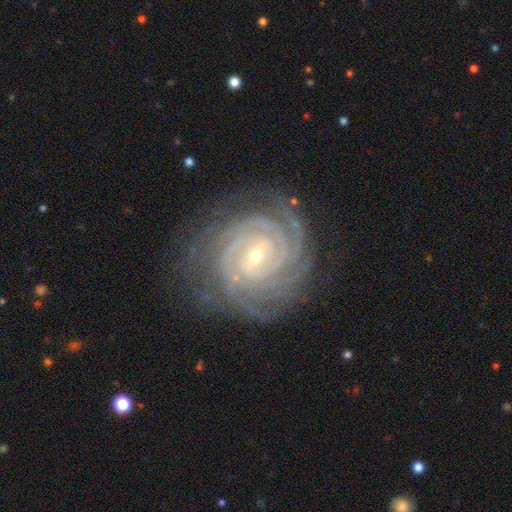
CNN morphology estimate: smooth-or-featured: featured or disk: 92% | star or artifact: 5% | smooth: 3%
  disk-edge-on: no: 98% | yes: 2%
    bar: weak: 46% | strong: 30% | no: 23%
    has-spiral-arms: yes: 99% | no: 1%
      spiral-winding: tight: 88% | medium: 10% | loose: 1%
      spiral-arm-count: 4: 31% | 3: 18% | more than 4: 16% | can't tell: 15% | 2: 13% | 1: 8%
    bulge-size: small: 61% | moderate: 37% | large: 1% | none: 1% | dominant: 1%
  merging: none: 82% | minor disturbance: 13% | major disturbance: 4% | merger: 1%